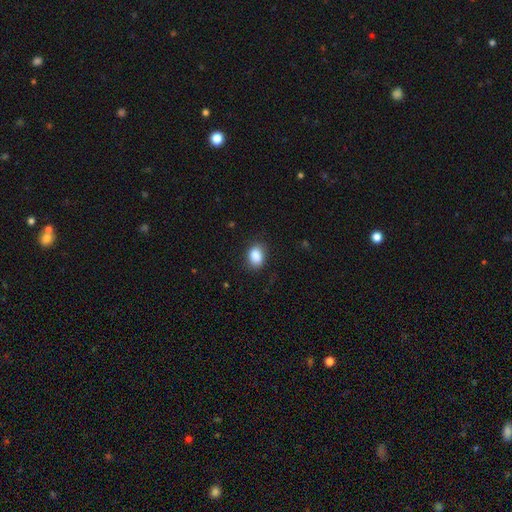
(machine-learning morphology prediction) This appears to be a smooth galaxy with no disk features (88%) that is in between round and cigar-shaped (70%). Merging: none (82%).